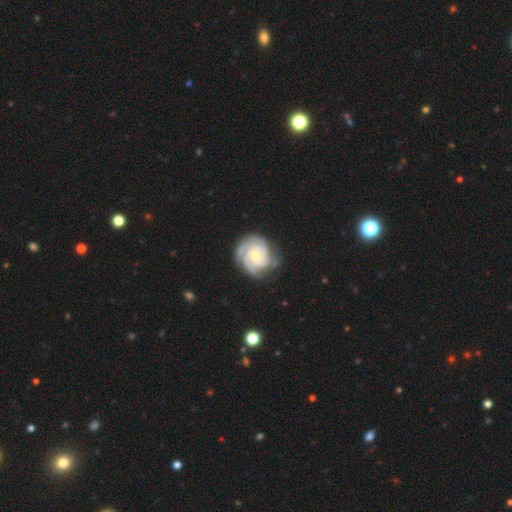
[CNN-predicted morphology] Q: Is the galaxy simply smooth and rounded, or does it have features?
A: featured or disk — 85%.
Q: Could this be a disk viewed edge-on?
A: no — 98%.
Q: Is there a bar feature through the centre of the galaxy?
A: no — 71%.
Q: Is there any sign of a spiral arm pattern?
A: yes — 97%.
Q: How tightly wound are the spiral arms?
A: tight — 72%.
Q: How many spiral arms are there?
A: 3 — 36%.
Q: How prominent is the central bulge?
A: small — 61%.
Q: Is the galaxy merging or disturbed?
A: none — 69%.